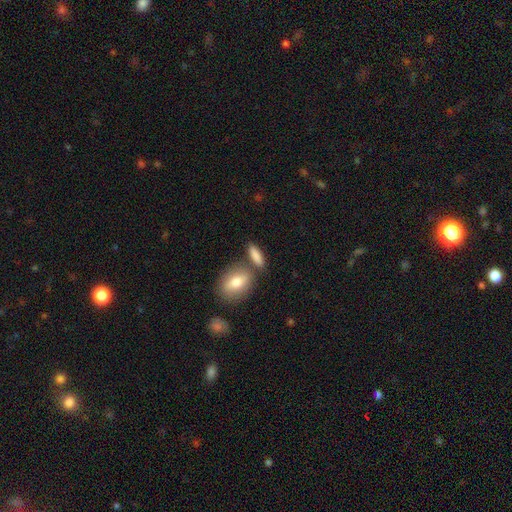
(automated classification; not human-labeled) A smooth galaxy with no disk features (82%) that is in between round and cigar-shaped (51%).

Vote fractions:
- Smooth or featured? smooth: 82% / featured or disk: 11% / star or artifact: 7%
- How rounded? in between: 51% / cigar-shaped: 43% / round: 6%
- Merging? none: 66% / merger: 18% / minor disturbance: 12% / major disturbance: 4%